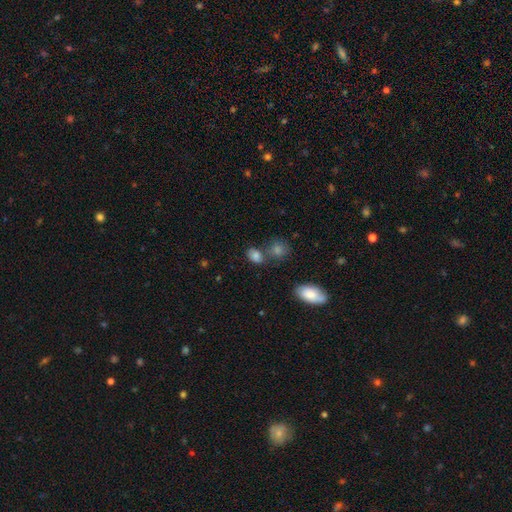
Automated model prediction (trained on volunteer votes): Smooth or featured? Predicted: smooth (p=0.81). How rounded? Predicted: in between (p=0.75). Merging? Predicted: none (p=0.52).